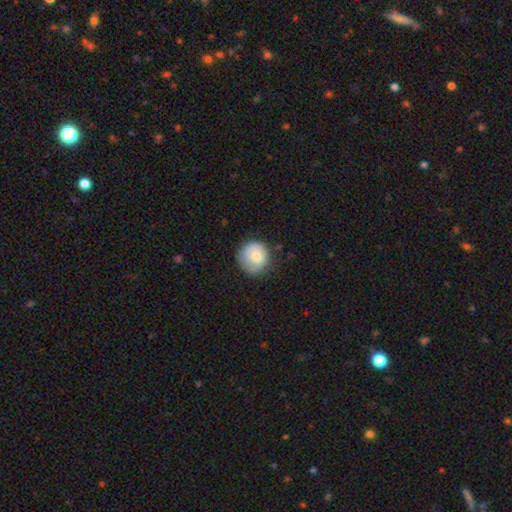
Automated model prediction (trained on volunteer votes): Smooth or featured?
  - smooth: 77% *
  - featured or disk: 16%
  - star or artifact: 7%
How rounded?
  - round: 88% *
  - in between: 11%
  - cigar-shaped: 1%
Merging?
  - none: 68% *
  - minor disturbance: 24%
  - major disturbance: 6%
  - merger: 2%